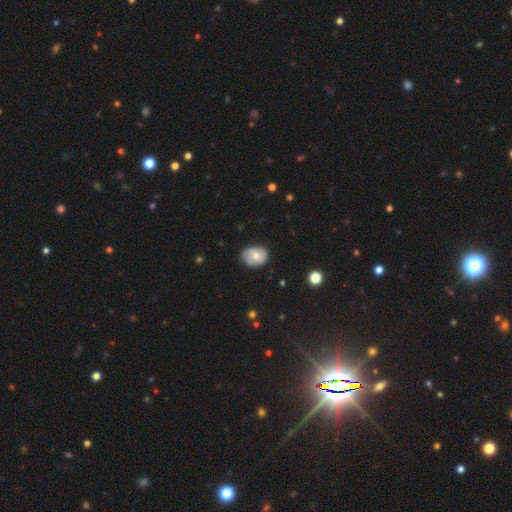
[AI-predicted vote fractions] Morphology: type=smooth (52%); roundness=in between (58%); merging=none (69%).